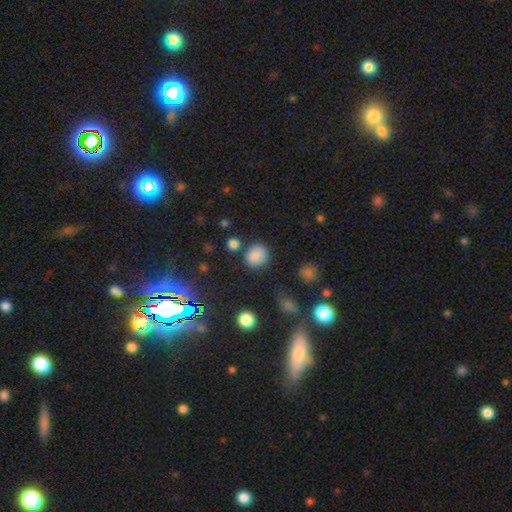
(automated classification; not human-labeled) Smooth or featured? Predicted: smooth (p=0.83). How rounded? Predicted: round (p=0.81). Merging? Predicted: none (p=0.80).